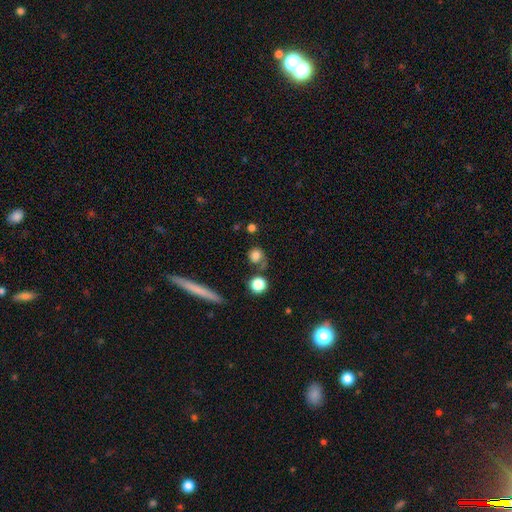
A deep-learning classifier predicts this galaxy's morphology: A smooth galaxy with no disk features (76%) that is round (80%). Merging: none (58%).